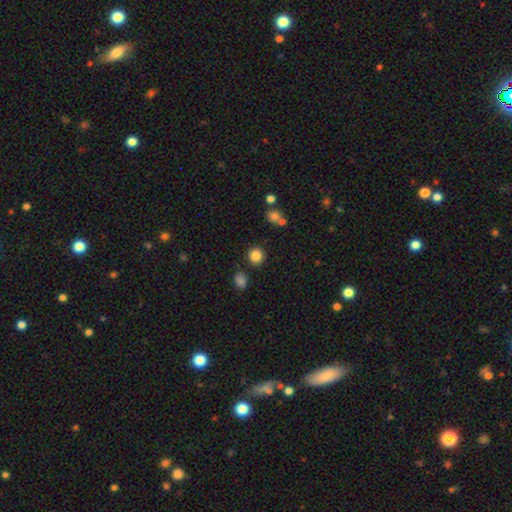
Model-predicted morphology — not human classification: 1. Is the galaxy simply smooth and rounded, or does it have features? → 85% smooth, 11% star or artifact, 4% featured or disk.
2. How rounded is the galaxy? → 89% round, 10% in between, 1% cigar-shaped.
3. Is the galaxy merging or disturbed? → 86% none, 8% minor disturbance, 4% merger, 3% major disturbance.